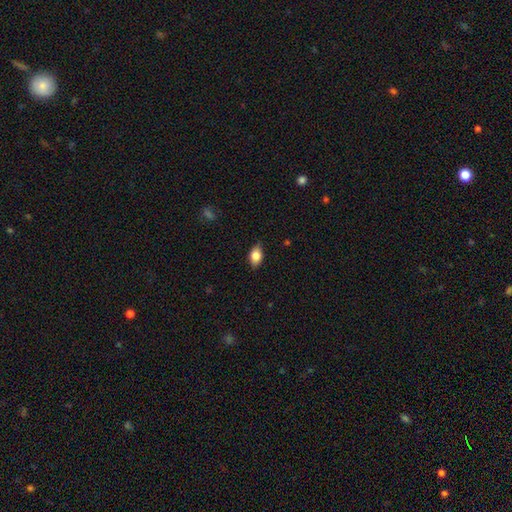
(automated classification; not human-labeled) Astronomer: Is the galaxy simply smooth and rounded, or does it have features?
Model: smooth — 80%.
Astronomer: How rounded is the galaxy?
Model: in between — 86%.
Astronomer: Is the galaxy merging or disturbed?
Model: none — 81%.